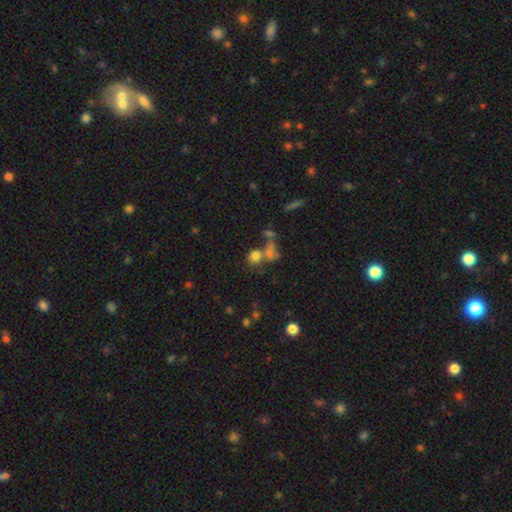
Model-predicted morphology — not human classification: type=smooth (73%); roundness=round (72%); merging=none (43%).